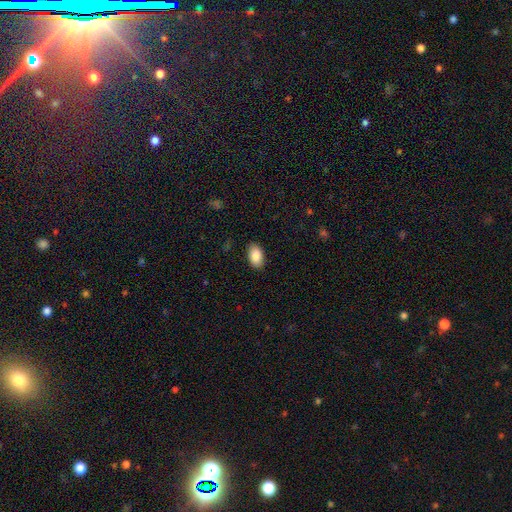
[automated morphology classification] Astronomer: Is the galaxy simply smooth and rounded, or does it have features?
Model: smooth — 88%.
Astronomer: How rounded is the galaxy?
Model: in between — 94%.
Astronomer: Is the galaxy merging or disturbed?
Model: none — 88%.